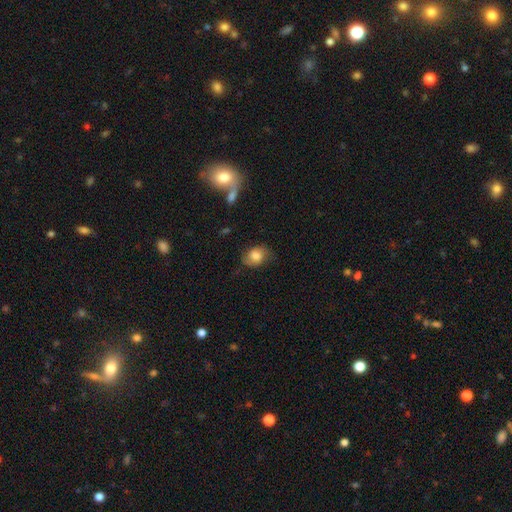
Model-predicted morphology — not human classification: Smooth or featured?
  - smooth: 66% *
  - featured or disk: 25%
  - star or artifact: 9%
How rounded?
  - in between: 61% *
  - round: 37%
  - cigar-shaped: 1%
Merging?
  - none: 64% *
  - minor disturbance: 25%
  - major disturbance: 9%
  - merger: 2%